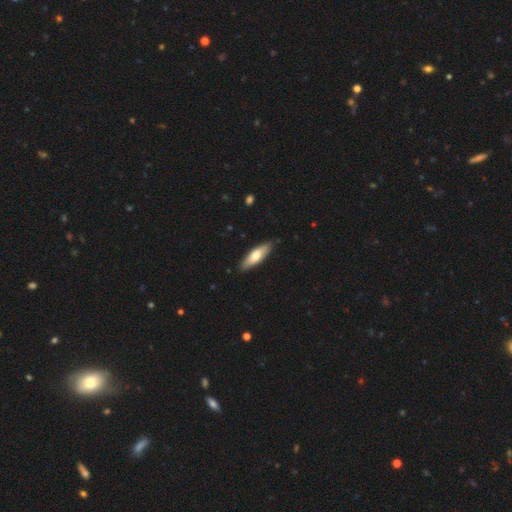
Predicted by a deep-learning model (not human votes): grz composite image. It shows a smooth galaxy with no disk features (65%) that is in between round and cigar-shaped (50%). Merging: none (87%).